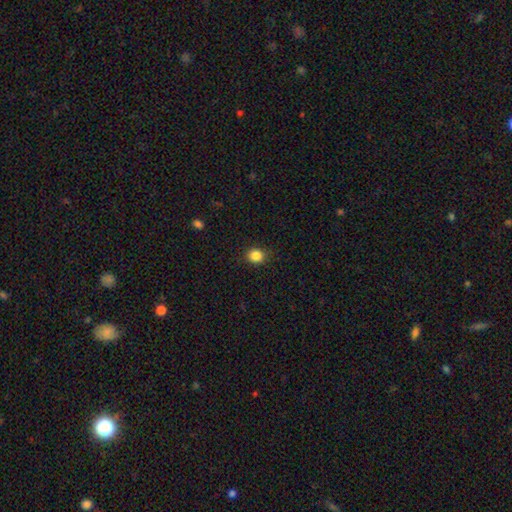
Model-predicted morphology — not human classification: smooth-or-featured: smooth: 86% | star or artifact: 11% | featured or disk: 4%
  how-rounded: round: 72% | in between: 27% | cigar-shaped: 1%
  merging: none: 88% | minor disturbance: 8% | major disturbance: 2% | merger: 1%